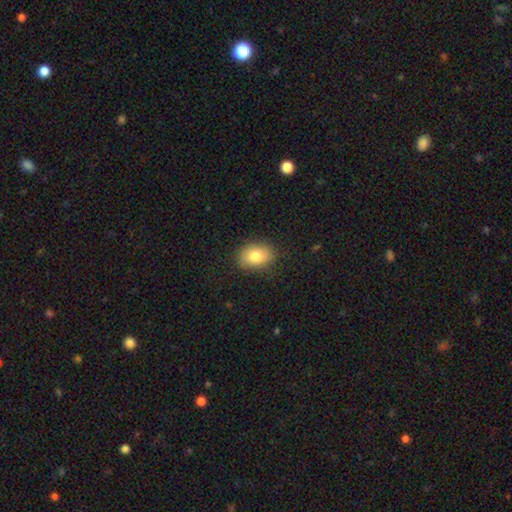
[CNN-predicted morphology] smooth 80%, featured or disk 11%, star or artifact 9%. Down the decision tree: how rounded — in between (72%); merging — none (84%).